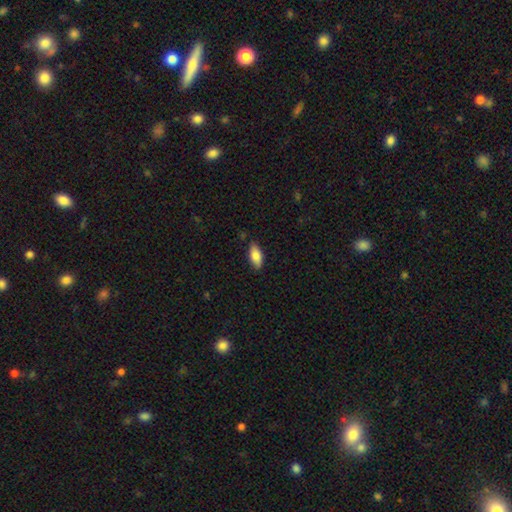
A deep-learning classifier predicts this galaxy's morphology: Q: Smooth or featured?
A: smooth (79%); runner-up: featured or disk (14%)
Q: How rounded?
A: in between (86%); runner-up: cigar-shaped (11%)
Q: Merging?
A: none (84%); runner-up: minor disturbance (12%)